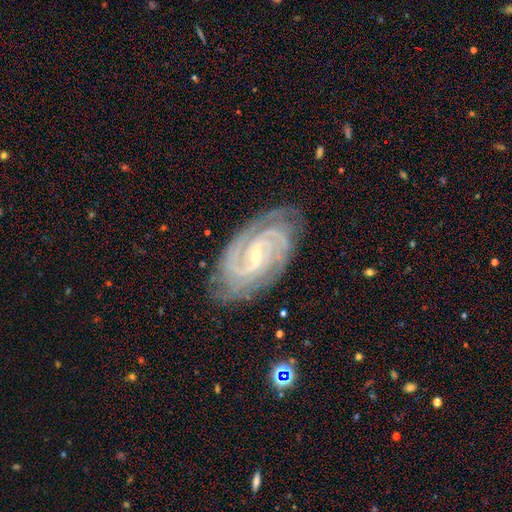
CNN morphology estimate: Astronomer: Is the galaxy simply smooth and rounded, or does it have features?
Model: featured or disk — 92%.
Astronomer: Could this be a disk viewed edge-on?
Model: no — 97%.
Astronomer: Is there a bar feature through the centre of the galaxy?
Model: weak — 45% (runner-up: no, 29%).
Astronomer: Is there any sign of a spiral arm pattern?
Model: yes — 99%.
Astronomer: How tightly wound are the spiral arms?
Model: tight — 67%.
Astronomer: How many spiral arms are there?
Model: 2 — 40% (runner-up: 3, 22%).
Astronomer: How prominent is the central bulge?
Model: small — 76%.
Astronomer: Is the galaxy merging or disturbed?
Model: none — 81%.